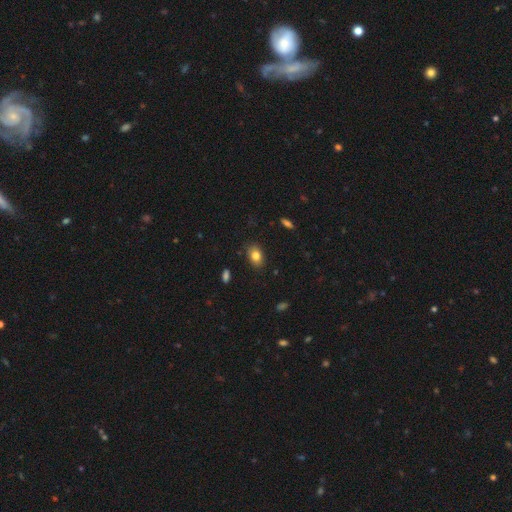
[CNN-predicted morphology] smooth 81%, featured or disk 10%, star or artifact 9%. Down the decision tree: how rounded — in between (80%); merging — none (85%).